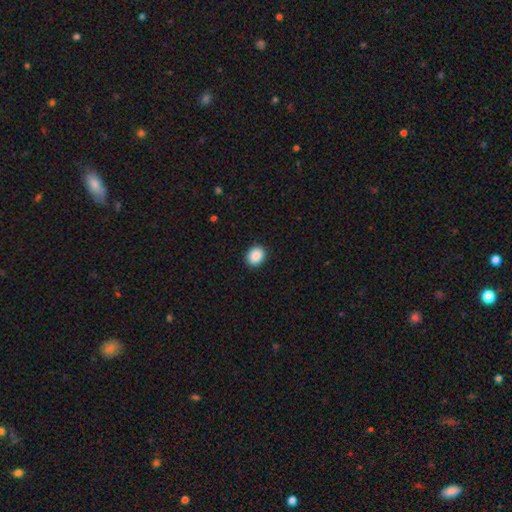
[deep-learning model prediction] A smooth galaxy with no disk features (90%) that is in between round and cigar-shaped (51%). Merging: none (90%).